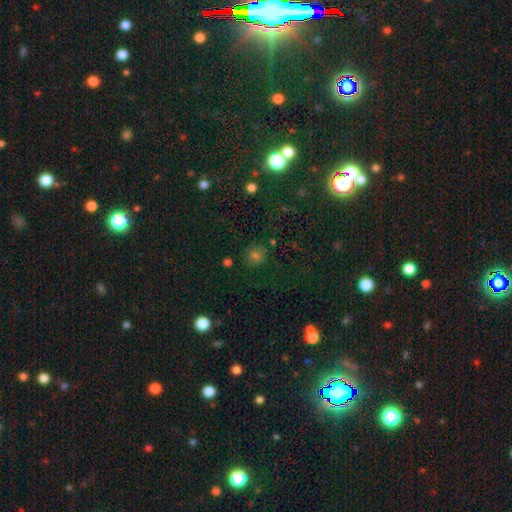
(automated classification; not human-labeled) The model was most divided on "smooth or featured": smooth: 66%, star or artifact: 26%, featured or disk: 8%. More confident: how rounded — round (89%); merging — none (85%).